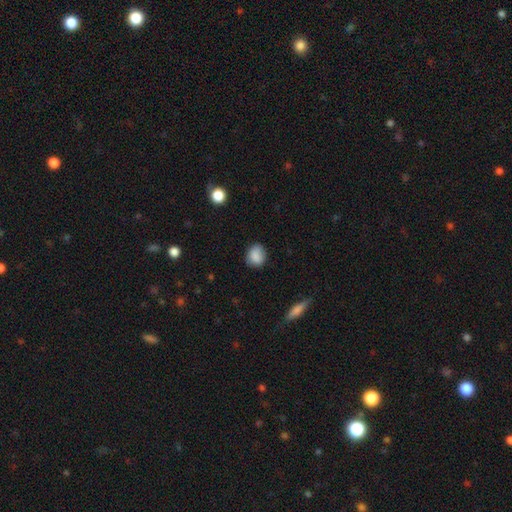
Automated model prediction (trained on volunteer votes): A smooth galaxy with no disk features (86%) that is round (59%). Merging: none (78%).